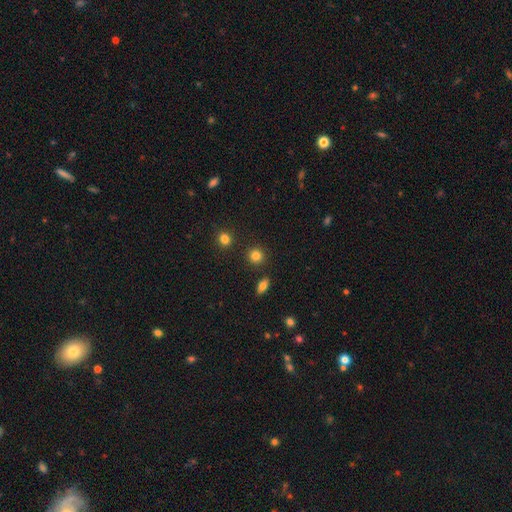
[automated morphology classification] This is clearly a smooth galaxy (83%). How rounded: clearly round (89%). Merging: clearly none (88%).